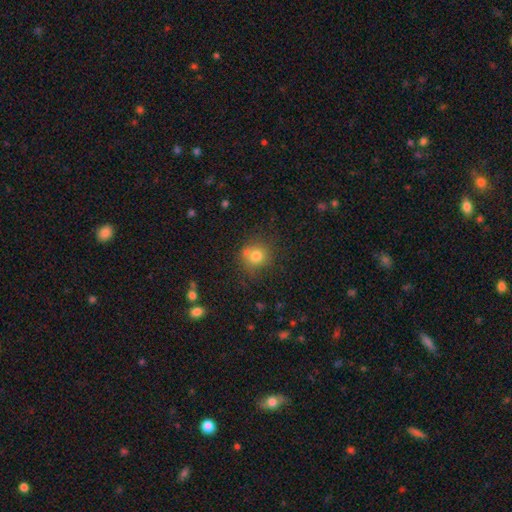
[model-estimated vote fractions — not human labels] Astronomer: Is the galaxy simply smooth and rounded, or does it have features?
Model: smooth — 77%.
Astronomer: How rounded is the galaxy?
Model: round — 86%.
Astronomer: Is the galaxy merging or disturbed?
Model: none — 66%.